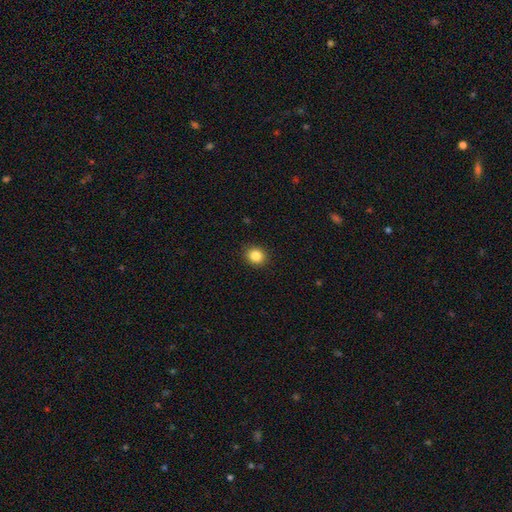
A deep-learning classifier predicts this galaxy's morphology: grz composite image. It shows a smooth galaxy with no disk features (85%) that is round (77%). Merging: none (91%).